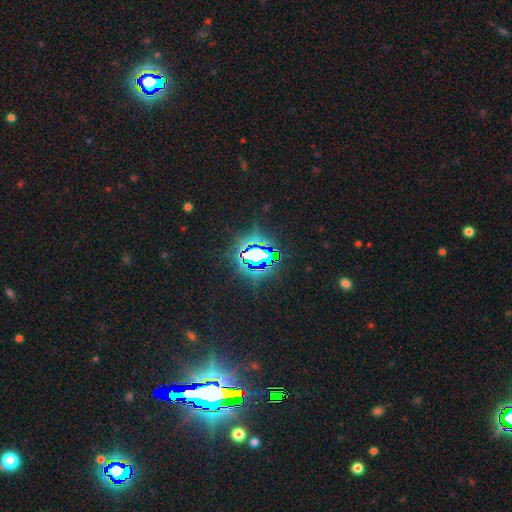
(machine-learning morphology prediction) Q: Smooth or featured?
A: star or artifact (79%); runner-up: smooth (11%)